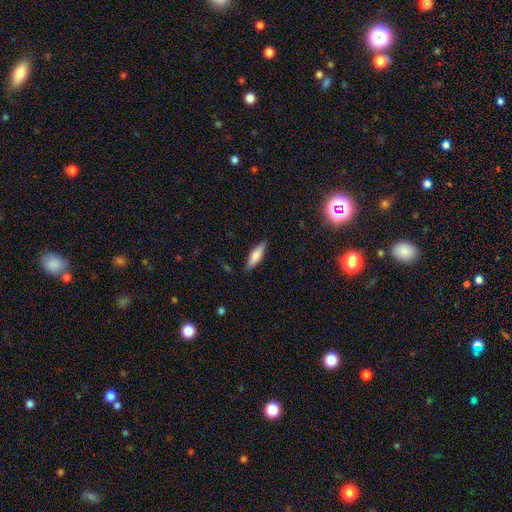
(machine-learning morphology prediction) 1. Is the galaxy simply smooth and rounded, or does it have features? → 73% smooth, 20% featured or disk, 7% star or artifact.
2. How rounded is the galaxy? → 54% cigar-shaped, 44% in between, 2% round.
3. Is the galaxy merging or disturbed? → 84% none, 12% minor disturbance, 3% major disturbance, 1% merger.